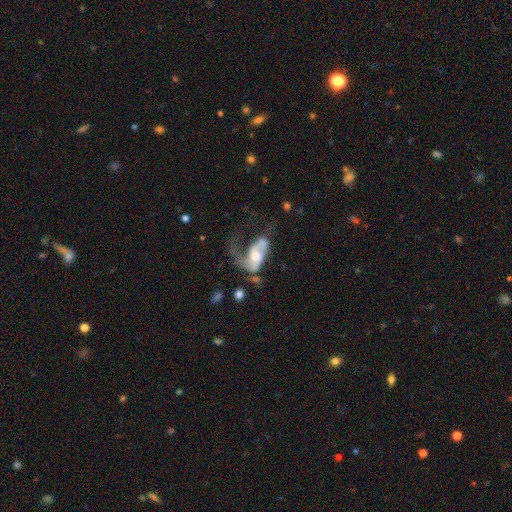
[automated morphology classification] featured or disk 65%, smooth 28%, star or artifact 7%. Down the decision tree: edge-on disk — no (95%); bar — no (62%); spiral arms — yes (71%); bulge size — moderate (54%); merging — major disturbance (54%).